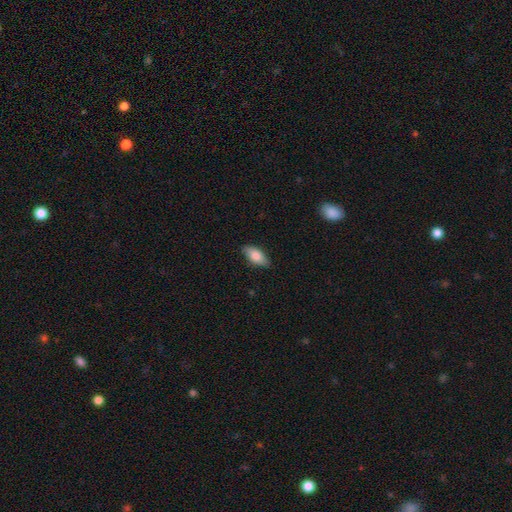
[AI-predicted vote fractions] Morphology: type=smooth (81%); roundness=in between (89%); merging=none (85%).